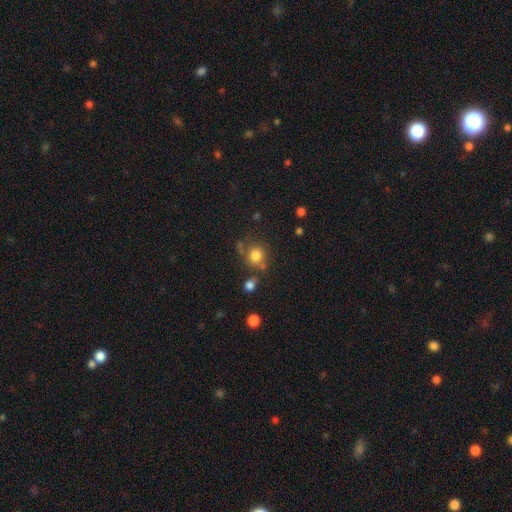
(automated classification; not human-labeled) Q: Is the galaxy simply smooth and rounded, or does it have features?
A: smooth — 80%.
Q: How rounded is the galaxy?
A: round — 85%.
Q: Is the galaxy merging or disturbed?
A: none — 67%.